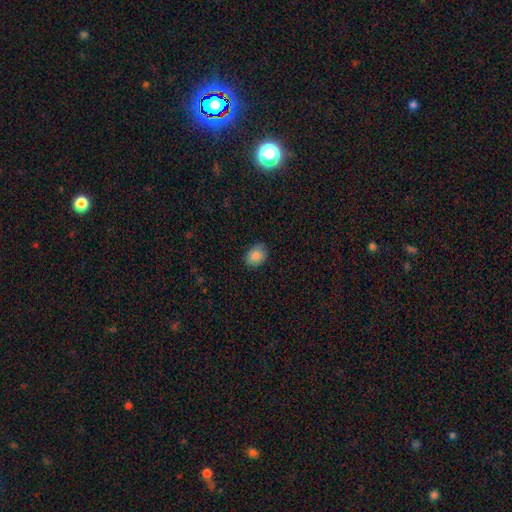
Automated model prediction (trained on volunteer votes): This is clearly a smooth galaxy (86%). How rounded: likely in between (66%). Merging: clearly none (83%).